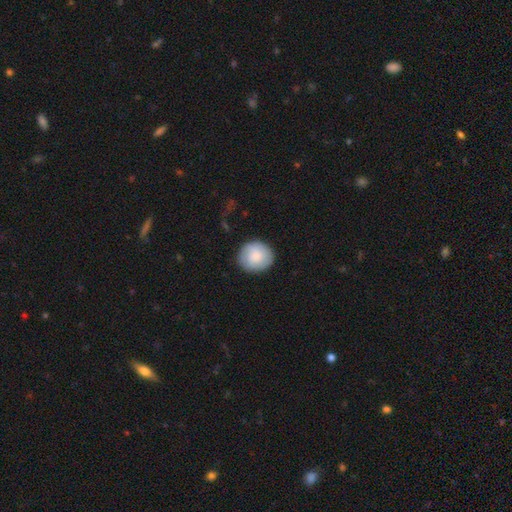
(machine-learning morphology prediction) smooth-or-featured: smooth: 81% | featured or disk: 13% | star or artifact: 6%
  how-rounded: round: 85% | in between: 15% | cigar-shaped: 1%
  merging: none: 86% | minor disturbance: 10% | major disturbance: 3% | merger: 1%